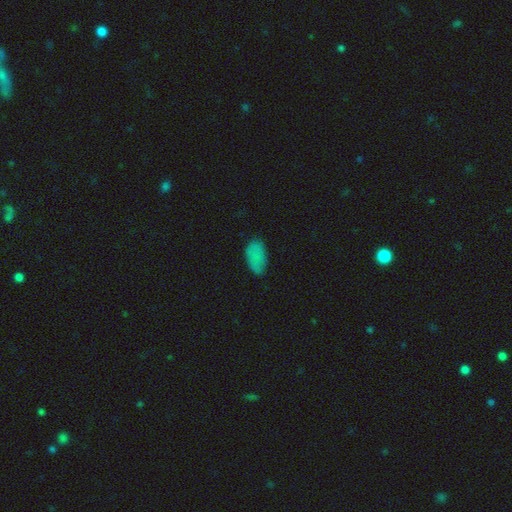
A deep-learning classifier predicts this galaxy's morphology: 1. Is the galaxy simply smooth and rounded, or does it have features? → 79% smooth, 12% star or artifact, 8% featured or disk.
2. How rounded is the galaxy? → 94% in between, 4% round, 2% cigar-shaped.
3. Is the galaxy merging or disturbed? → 70% none, 23% minor disturbance, 6% major disturbance, 2% merger.